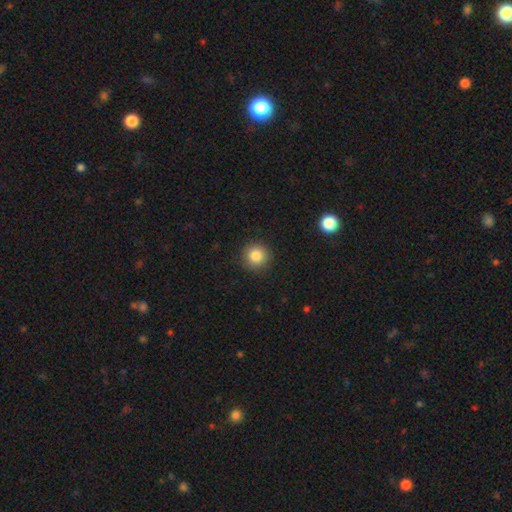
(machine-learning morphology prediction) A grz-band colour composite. It shows a smooth galaxy with no disk features (83%) that is round (94%). Merging: none (91%).